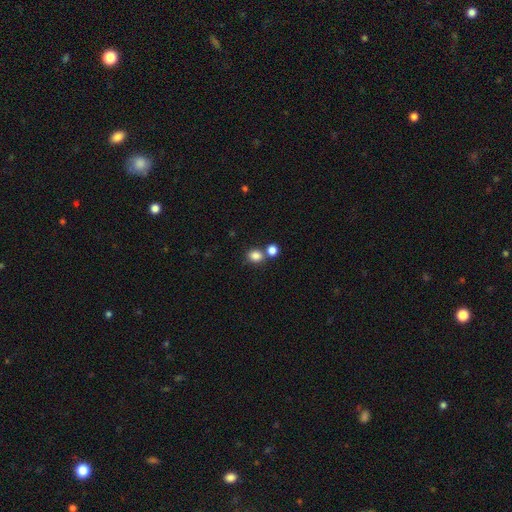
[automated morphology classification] Q: Smooth or featured?
A: smooth (83%); runner-up: star or artifact (11%)
Q: How rounded?
A: round (68%); runner-up: in between (31%)
Q: Merging?
A: none (58%); runner-up: merger (30%)